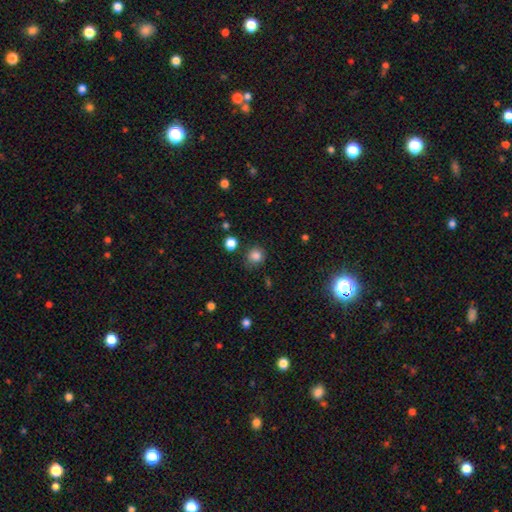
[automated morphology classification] The model was most divided on "merging": none: 81%, minor disturbance: 12%, major disturbance: 4%, merger: 3%. More confident: how rounded — round (88%); smooth or featured — smooth (84%).